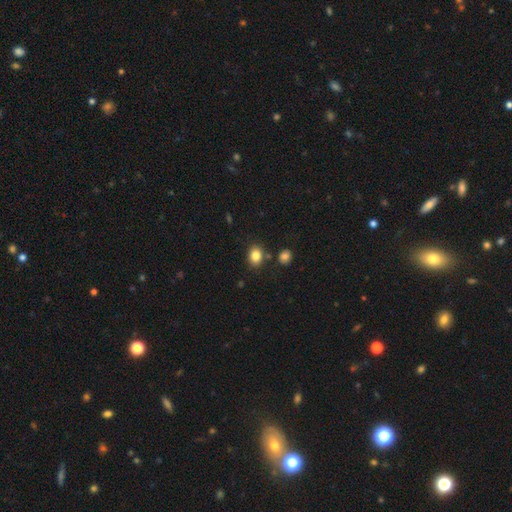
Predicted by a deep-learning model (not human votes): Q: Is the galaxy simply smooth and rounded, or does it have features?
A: smooth — 84%.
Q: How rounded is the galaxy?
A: in between — 57%.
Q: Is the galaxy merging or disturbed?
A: none — 80%.